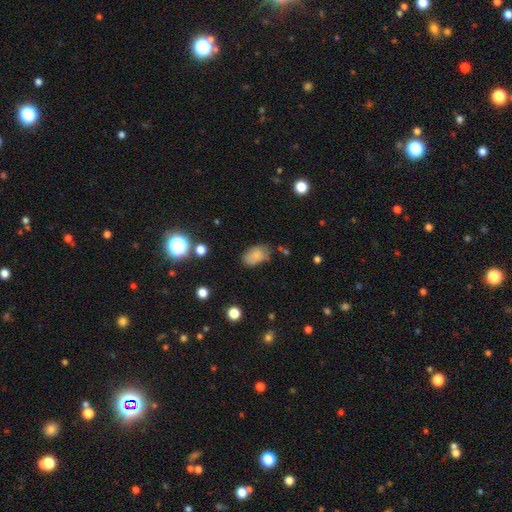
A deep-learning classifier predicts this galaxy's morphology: Smooth or featured?
  - smooth: 80% *
  - star or artifact: 11%
  - featured or disk: 9%
How rounded?
  - in between: 89% *
  - round: 9%
  - cigar-shaped: 1%
Merging?
  - none: 64% *
  - minor disturbance: 25%
  - major disturbance: 7%
  - merger: 4%